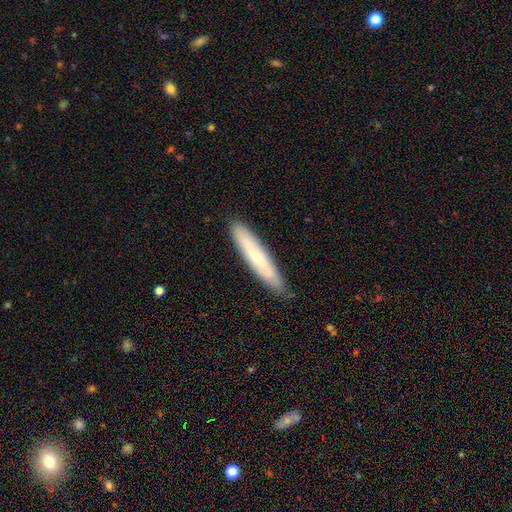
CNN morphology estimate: Smooth or featured? Predicted: smooth (p=0.57). How rounded? Predicted: cigar-shaped (p=0.90). Merging? Predicted: none (p=0.86).